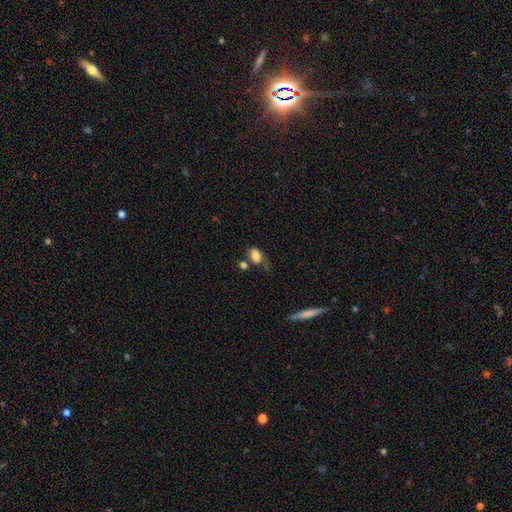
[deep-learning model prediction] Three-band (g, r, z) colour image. It shows a smooth galaxy with no disk features (81%) that is in between round and cigar-shaped (86%). Merging: none (49%).